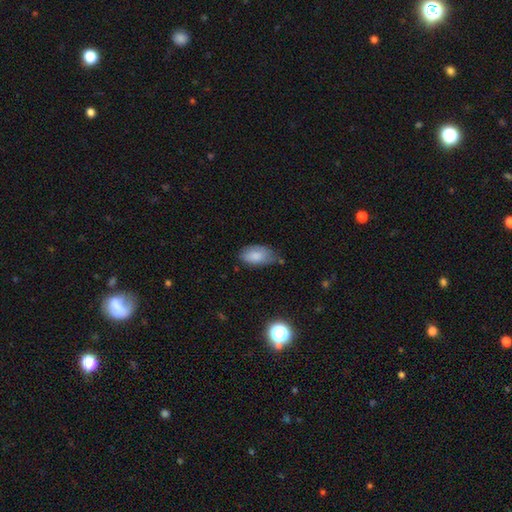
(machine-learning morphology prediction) Smooth or featured: smooth — 82% (featured or disk — 10%)
How rounded: in between — 93% (round — 5%)
Merging: none — 54% (minor disturbance — 36%)